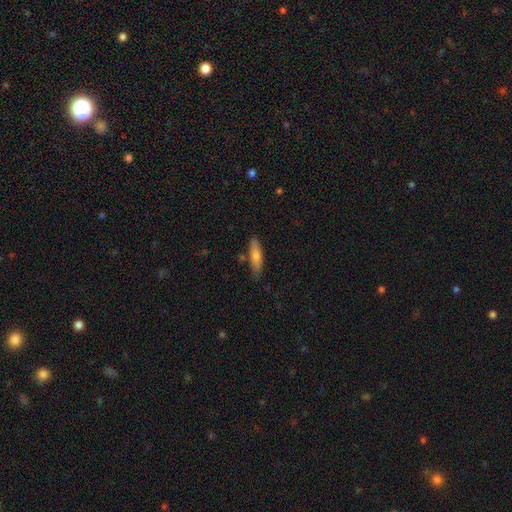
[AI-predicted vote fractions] The model was most divided on "how rounded": cigar-shaped: 68%, in between: 30%, round: 2%. More confident: merging — none (78%); smooth or featured — smooth (69%).